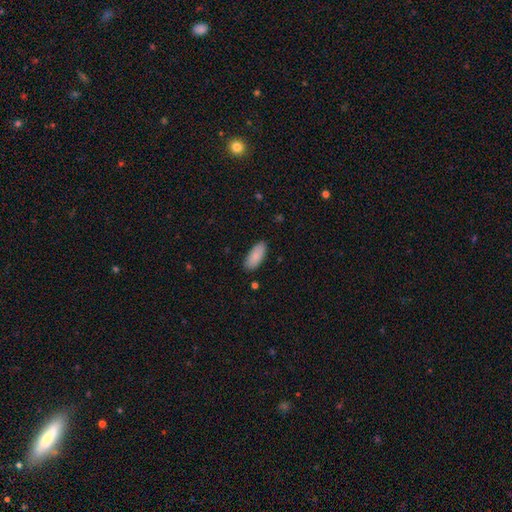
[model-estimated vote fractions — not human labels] Q: Smooth or featured?
A: smooth (88%); runner-up: featured or disk (6%)
Q: How rounded?
A: in between (86%); runner-up: cigar-shaped (12%)
Q: Merging?
A: none (86%); runner-up: minor disturbance (10%)